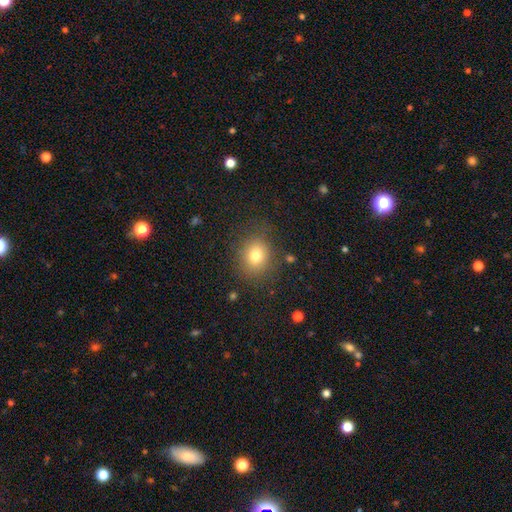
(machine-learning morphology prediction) A smooth galaxy with no disk features (78%) that is round (66%).

Vote fractions:
- Smooth or featured? smooth: 78% / star or artifact: 13% / featured or disk: 9%
- How rounded? round: 66% / in between: 33% / cigar-shaped: 1%
- Merging? none: 81% / minor disturbance: 12% / major disturbance: 5% / merger: 2%